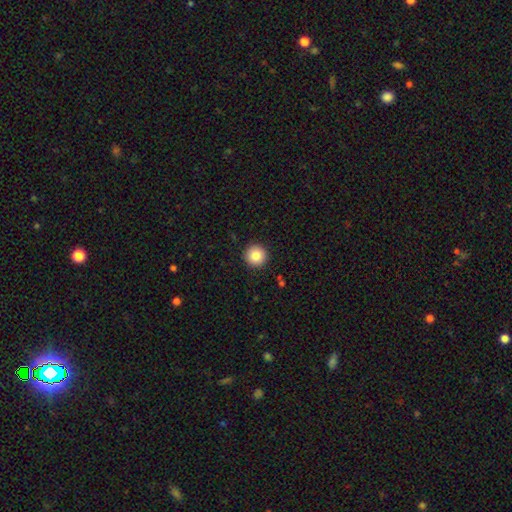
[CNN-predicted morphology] A smooth galaxy with no disk features (84%) that is round (96%). Merging: none (93%).